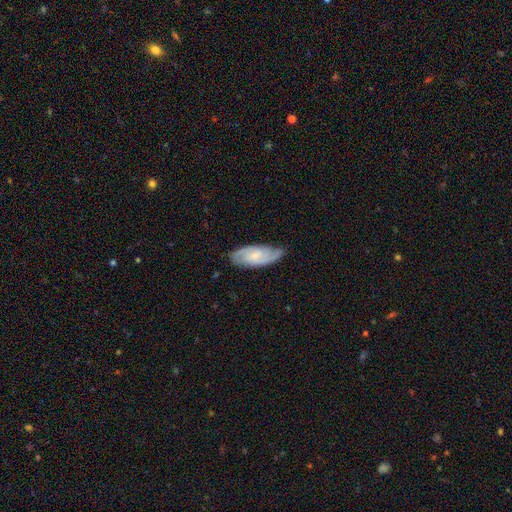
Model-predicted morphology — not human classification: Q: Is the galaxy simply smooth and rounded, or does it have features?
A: featured or disk — 77%.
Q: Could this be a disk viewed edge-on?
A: no — 92%.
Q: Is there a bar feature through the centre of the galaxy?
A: no — 47%.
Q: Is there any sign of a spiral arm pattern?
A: yes — 96%.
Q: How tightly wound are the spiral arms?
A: medium — 46%.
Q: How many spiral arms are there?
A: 2 — 72%.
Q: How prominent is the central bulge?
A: small — 62%.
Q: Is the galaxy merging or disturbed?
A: none — 78%.